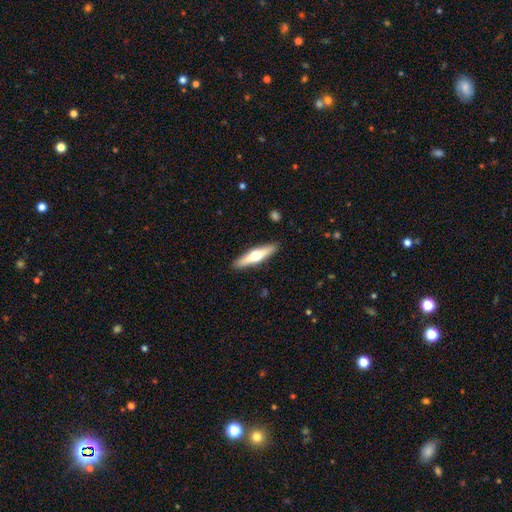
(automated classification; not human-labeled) Smooth or featured: featured or disk — 53% (smooth — 42%)
Edge-on disk: yes — 94% (no — 6%)
Merging: none — 90% (minor disturbance — 7%)